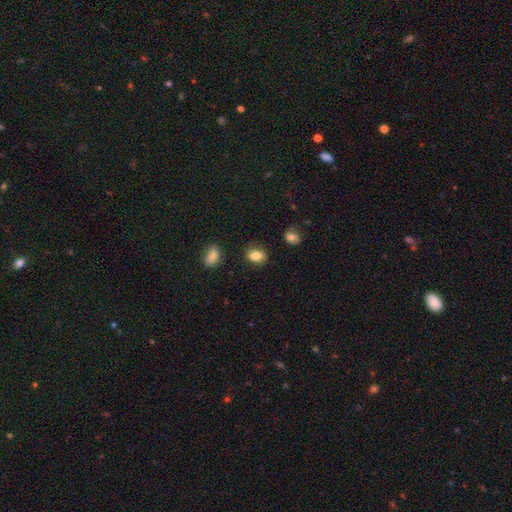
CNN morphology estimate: Smooth or featured?
  - smooth: 82% *
  - star or artifact: 9%
  - featured or disk: 9%
How rounded?
  - in between: 76% *
  - round: 22%
  - cigar-shaped: 2%
Merging?
  - none: 79% *
  - minor disturbance: 15%
  - major disturbance: 3%
  - merger: 3%